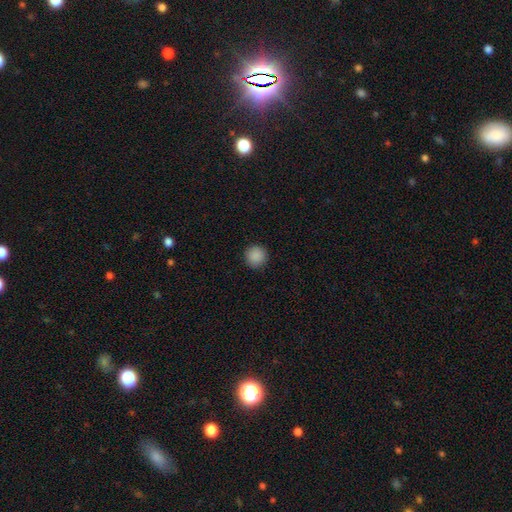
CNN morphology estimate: This appears to be a smooth galaxy with no disk features (89%) that is round (95%). Merging: none (92%).